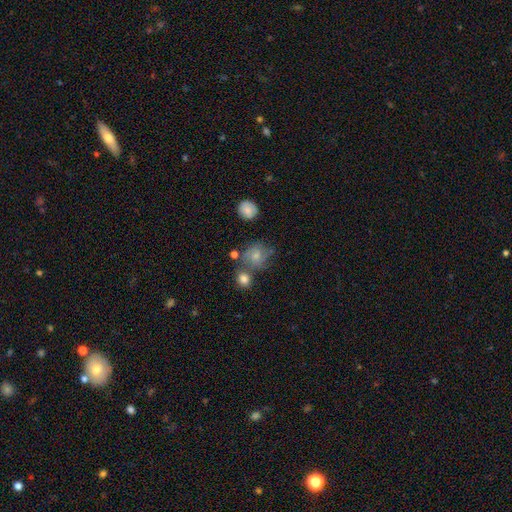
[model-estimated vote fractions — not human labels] This is possibly a smooth galaxy (56%). How rounded: likely round (70%). Merging: possibly none (52%).